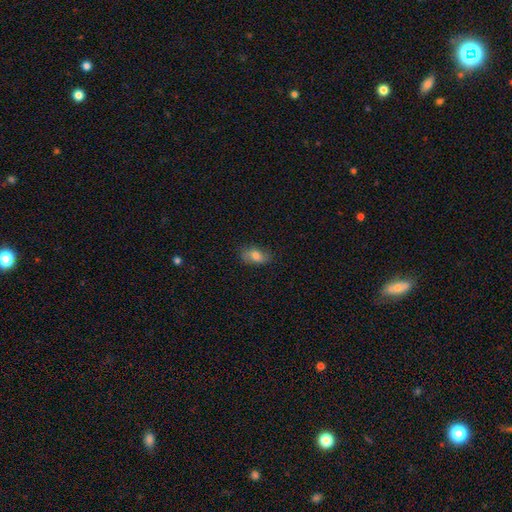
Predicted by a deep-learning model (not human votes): A smooth galaxy with no disk features (63%) that is in between round and cigar-shaped (86%). Merging: none (75%).